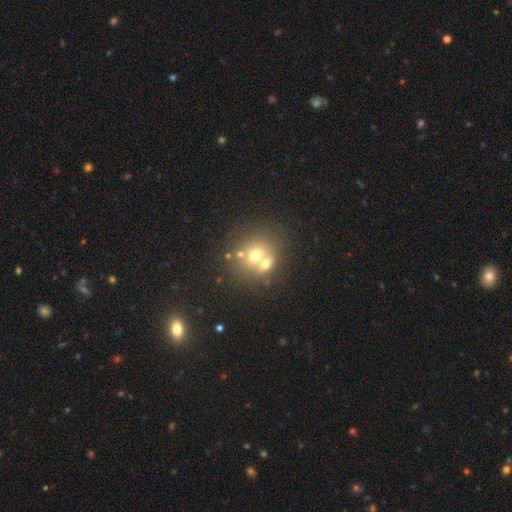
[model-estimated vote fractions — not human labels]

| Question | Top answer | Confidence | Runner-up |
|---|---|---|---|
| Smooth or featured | smooth | 60% | featured or disk (25%) |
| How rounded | round | 79% | in between (20%) |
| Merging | merger | 53% | none (35%) |